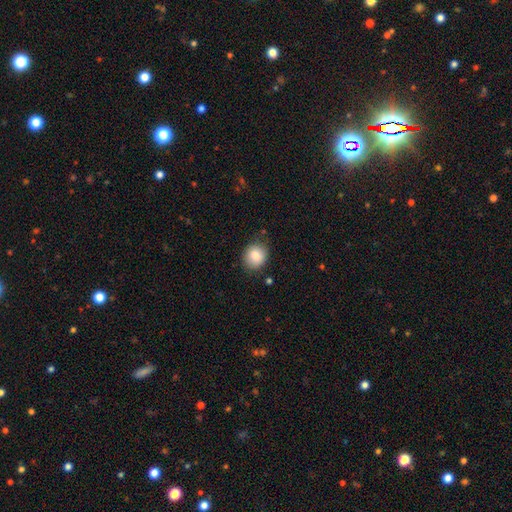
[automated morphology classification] A smooth galaxy with no disk features (84%) that is round (72%). Merging: none (82%).